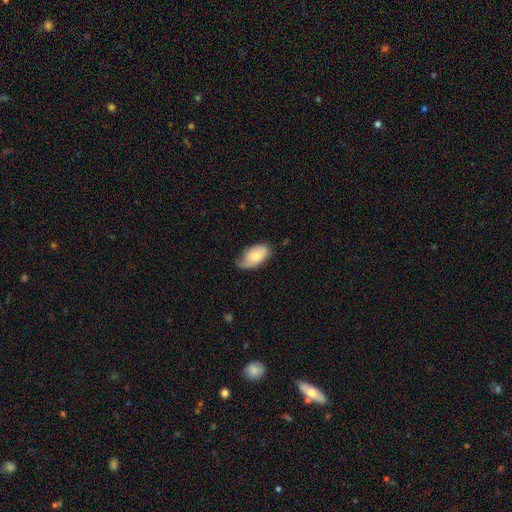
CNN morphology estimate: smooth-or-featured: smooth: 68% | featured or disk: 26% | star or artifact: 6%
  how-rounded: in between: 94% | round: 5% | cigar-shaped: 2%
  merging: none: 44% | minor disturbance: 40% | major disturbance: 14% | merger: 2%